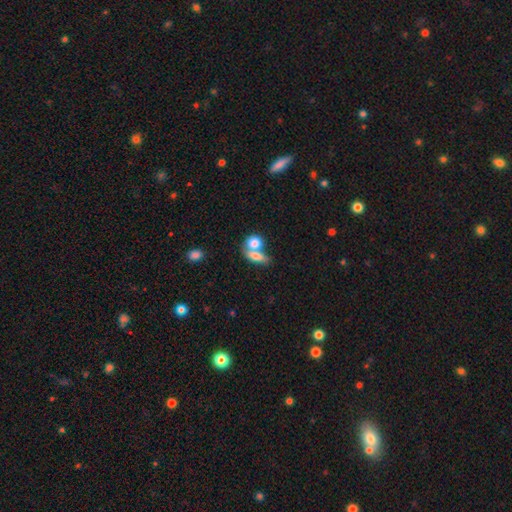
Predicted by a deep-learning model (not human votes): smooth_or_featured: smooth (p=0.77) [alt: featured or disk p=0.16]
how_rounded: in between (p=0.69) [alt: round p=0.18]
merging: merger (p=0.61) [alt: none p=0.27]